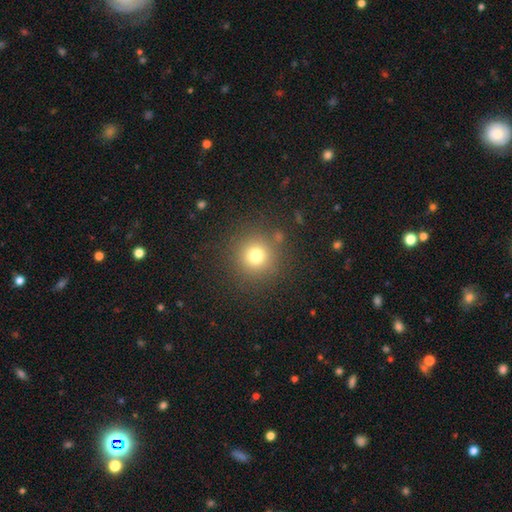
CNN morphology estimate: Overall: smooth (75%). How rounded: round (94%). Merging: none (85%).